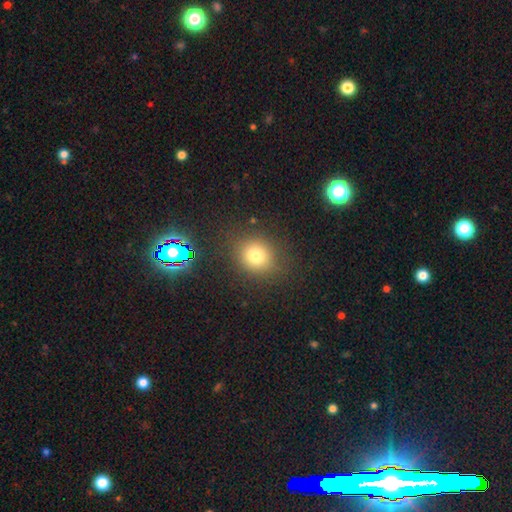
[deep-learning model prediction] smooth-or-featured: smooth: 75% | star or artifact: 16% | featured or disk: 9%
  how-rounded: round: 77% | in between: 22% | cigar-shaped: 1%
  merging: none: 84% | minor disturbance: 10% | major disturbance: 5% | merger: 2%